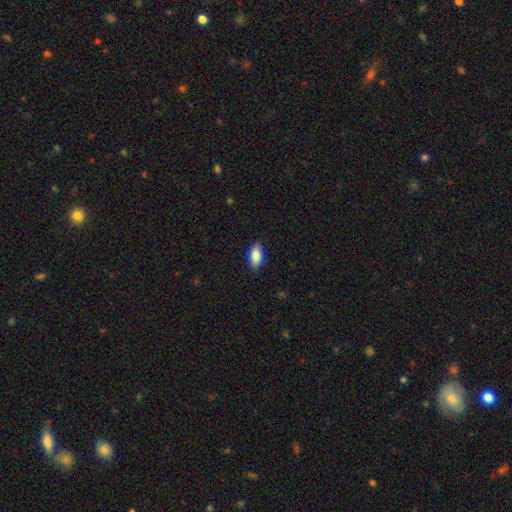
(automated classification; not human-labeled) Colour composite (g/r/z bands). It shows a smooth galaxy with no disk features (86%) that is in between round and cigar-shaped (89%). Merging: none (87%).